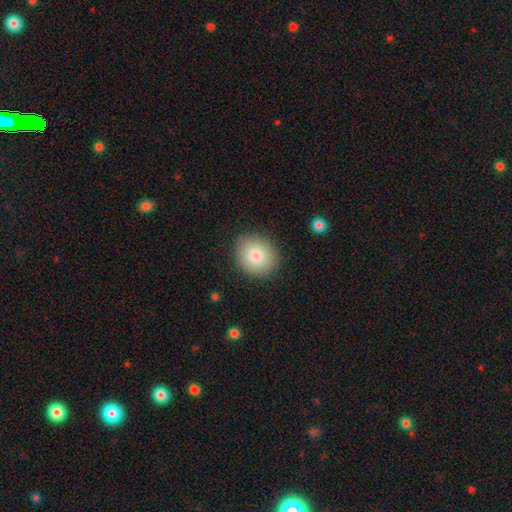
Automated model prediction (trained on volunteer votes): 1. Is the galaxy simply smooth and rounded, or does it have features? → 82% smooth, 10% featured or disk, 8% star or artifact.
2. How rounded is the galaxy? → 75% round, 24% in between, 1% cigar-shaped.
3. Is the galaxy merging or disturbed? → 88% none, 8% minor disturbance, 2% major disturbance, 1% merger.